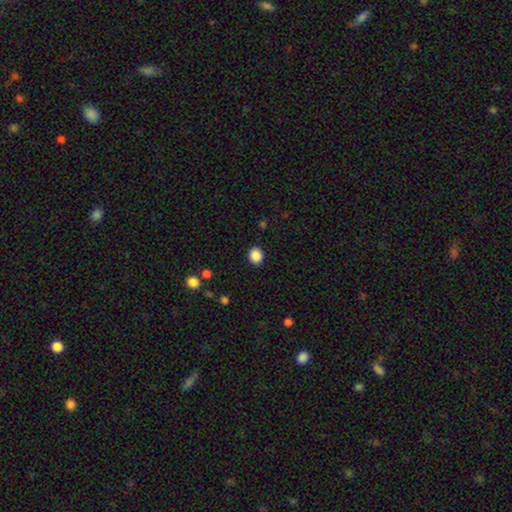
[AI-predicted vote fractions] Smooth or featured? Predicted: smooth (p=0.88). How rounded? Predicted: round (p=0.76). Merging? Predicted: none (p=0.91).